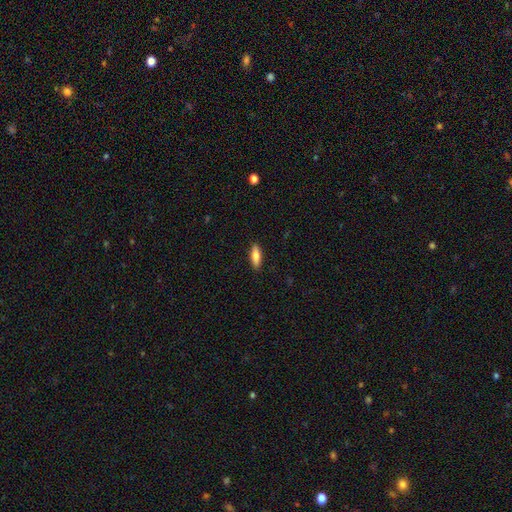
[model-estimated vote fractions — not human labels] Smooth or featured?
  - smooth: 75% *
  - featured or disk: 19%
  - star or artifact: 6%
How rounded?
  - in between: 54% *
  - cigar-shaped: 43%
  - round: 2%
Merging?
  - none: 89% *
  - minor disturbance: 8%
  - major disturbance: 2%
  - merger: 1%